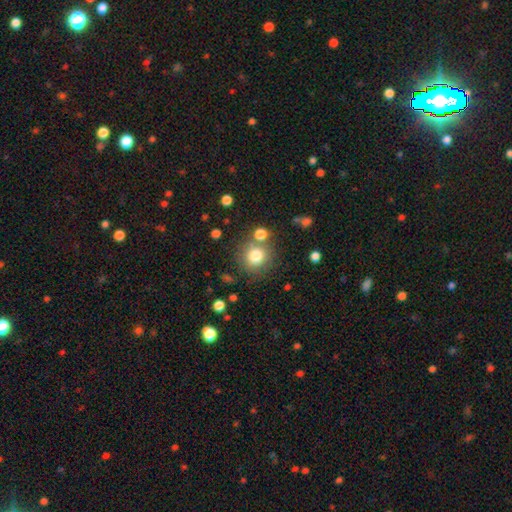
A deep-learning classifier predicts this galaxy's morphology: This appears to be a smooth galaxy with no disk features (78%) that is round (90%). Merging: none (71%).